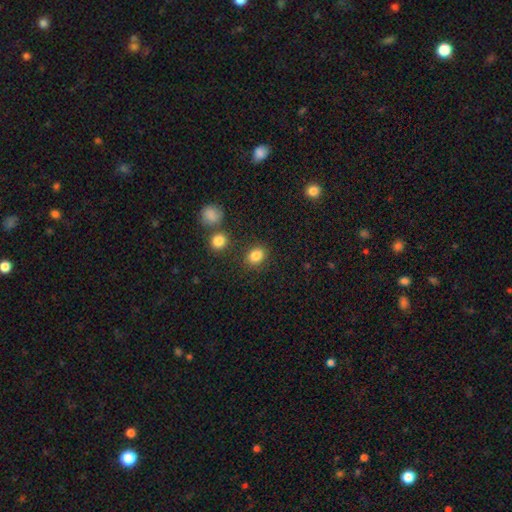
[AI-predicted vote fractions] A smooth galaxy with no disk features (85%) that is in between round and cigar-shaped (55%). Merging: none (82%).